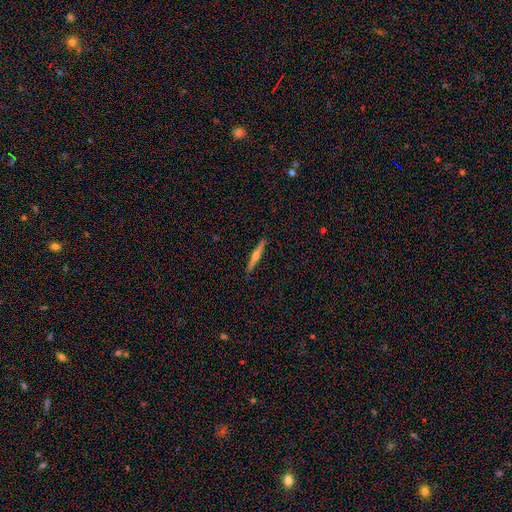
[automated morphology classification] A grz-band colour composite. It shows a featured or disk galaxy (65%) viewed edge-on (98%) with a rounded central bulge (88%). Merging: none (91%).